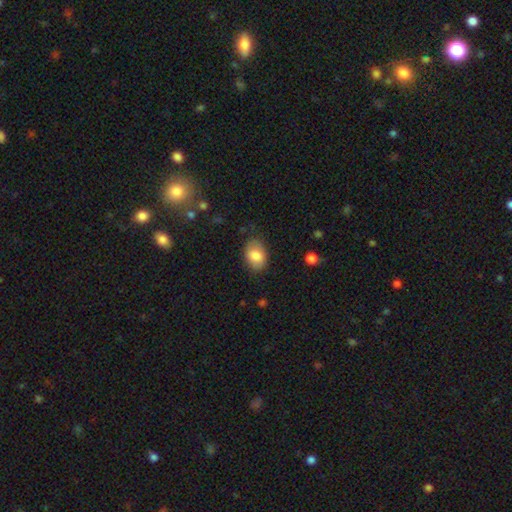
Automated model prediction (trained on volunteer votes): smooth-or-featured: smooth: 83% | featured or disk: 10% | star or artifact: 7%
  how-rounded: in between: 81% | round: 18% | cigar-shaped: 1%
  merging: none: 78% | minor disturbance: 17% | major disturbance: 4% | merger: 1%